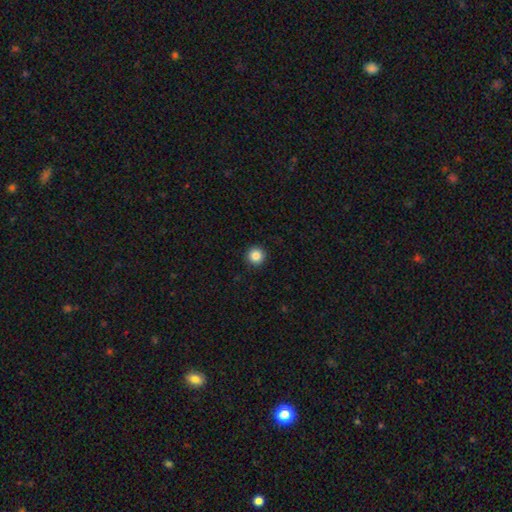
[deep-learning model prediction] smooth 86%, star or artifact 10%, featured or disk 4%. Down the decision tree: how rounded — round (96%); merging — none (93%).